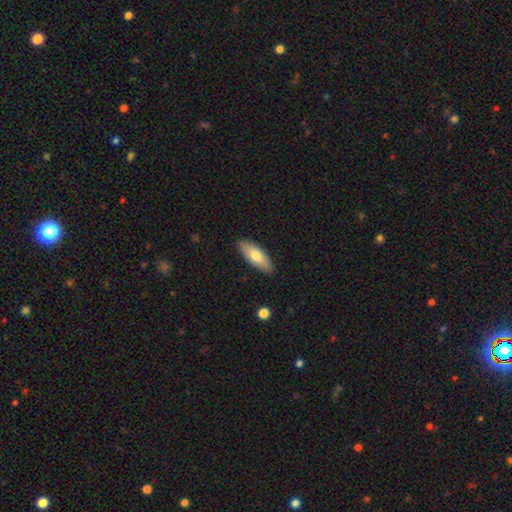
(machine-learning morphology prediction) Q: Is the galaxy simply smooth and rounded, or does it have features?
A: smooth — 72%.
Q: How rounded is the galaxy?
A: in between — 73%.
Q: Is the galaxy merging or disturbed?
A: none — 87%.